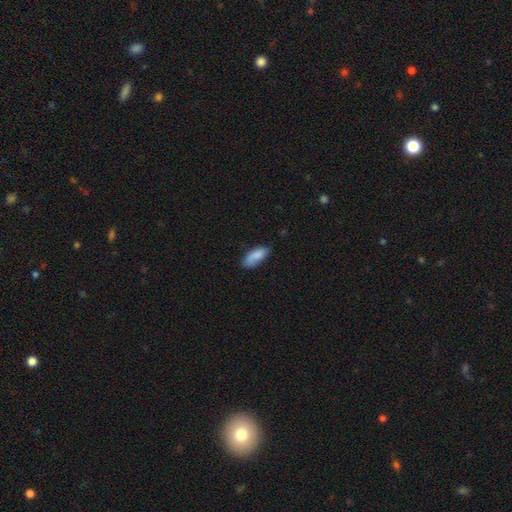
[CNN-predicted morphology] A smooth galaxy with no disk features (84%) that is in between round and cigar-shaped (80%).

Vote fractions:
- Smooth or featured? smooth: 84% / featured or disk: 10% / star or artifact: 7%
- How rounded? in between: 80% / cigar-shaped: 18% / round: 2%
- Merging? none: 68% / minor disturbance: 25% / major disturbance: 5% / merger: 2%